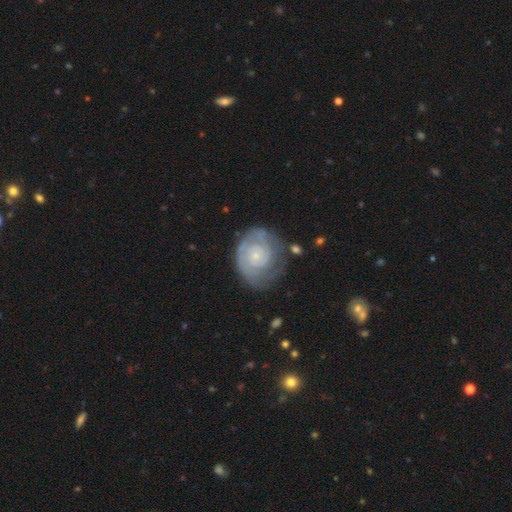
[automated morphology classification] A featured or disk galaxy (80%) with no bar (80%), 2 (35%) tight (77%) spiral arms (92%) and a small central bulge (81%). Merging: none (66%).